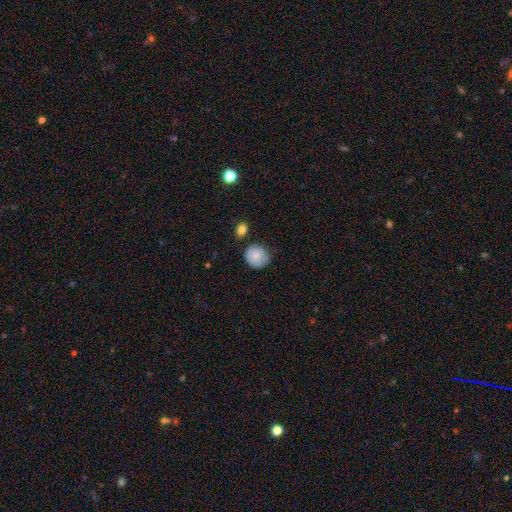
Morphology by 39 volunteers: A smooth galaxy with no disk features (90%) that is round (89%).

Vote fractions:
- Smooth or featured? smooth: 90% / star or artifact: 8% / featured or disk: 3%
- How rounded? round: 89% / in between: 11% / cigar-shaped: 0%
- Merging? none: 75% / minor disturbance: 25% / major disturbance: 0% / merger: 0%